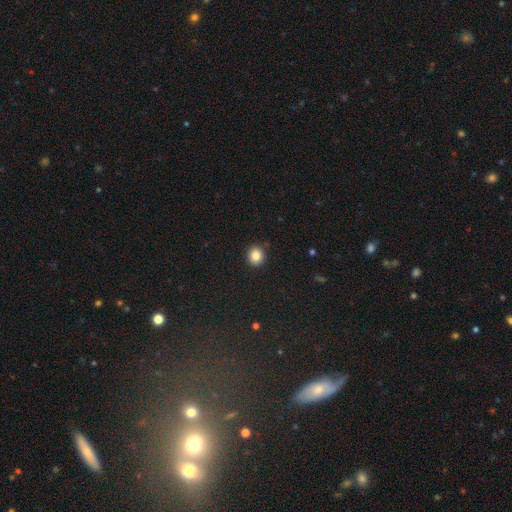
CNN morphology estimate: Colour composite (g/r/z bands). It shows a smooth galaxy with no disk features (85%) that is round (83%). Merging: none (90%).